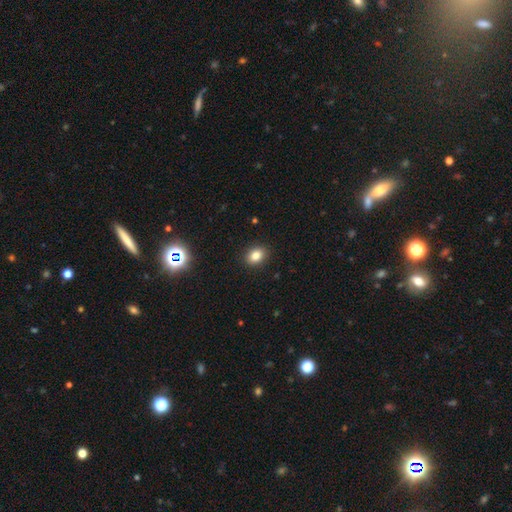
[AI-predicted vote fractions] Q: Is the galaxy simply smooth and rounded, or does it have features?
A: smooth — 83%.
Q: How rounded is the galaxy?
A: in between — 67%.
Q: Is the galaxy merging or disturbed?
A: none — 90%.